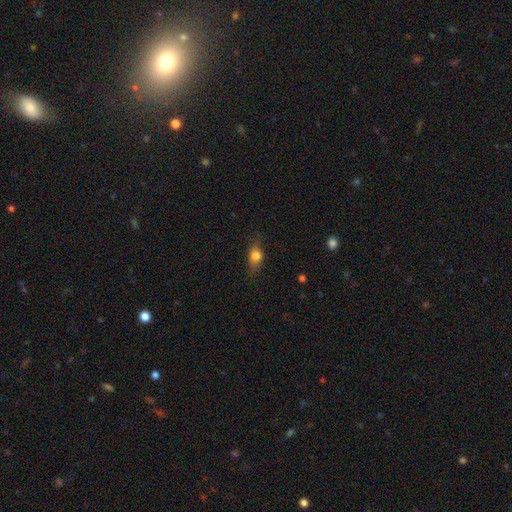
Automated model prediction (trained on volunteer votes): Smooth or featured: smooth — 77% (featured or disk — 13%)
How rounded: in between — 70% (round — 20%)
Merging: none — 72% (minor disturbance — 21%)